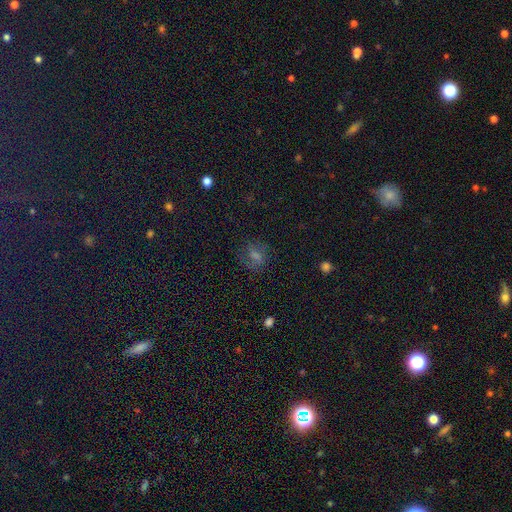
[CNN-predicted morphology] Q: Smooth or featured?
A: star or artifact (38%); runner-up: smooth (37%)